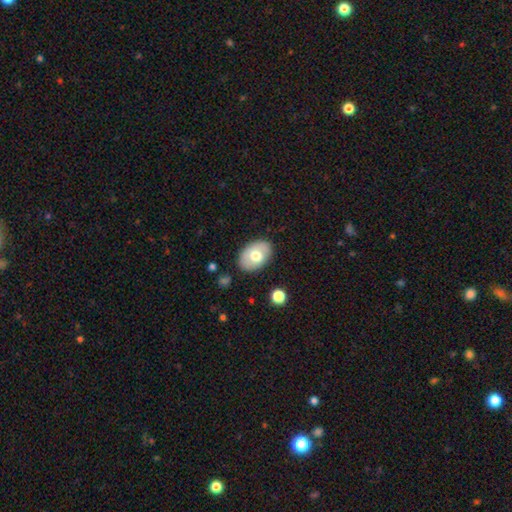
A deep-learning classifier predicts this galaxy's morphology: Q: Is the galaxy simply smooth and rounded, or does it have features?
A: smooth — 65%.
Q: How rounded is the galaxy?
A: in between — 85%.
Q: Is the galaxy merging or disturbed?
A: none — 84%.